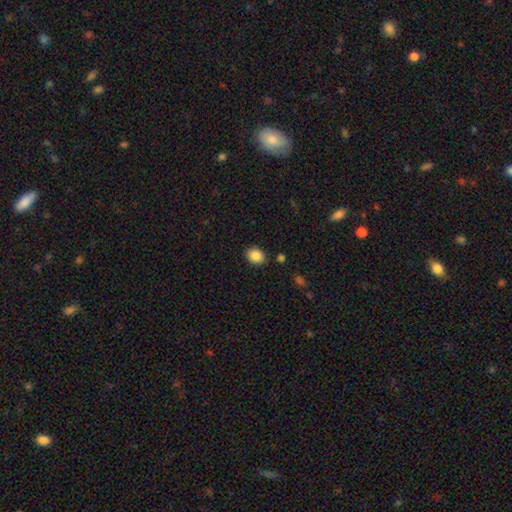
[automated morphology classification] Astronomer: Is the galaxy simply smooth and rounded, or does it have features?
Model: smooth — 86%.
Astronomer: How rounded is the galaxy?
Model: in between — 65%.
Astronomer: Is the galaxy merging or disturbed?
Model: none — 86%.